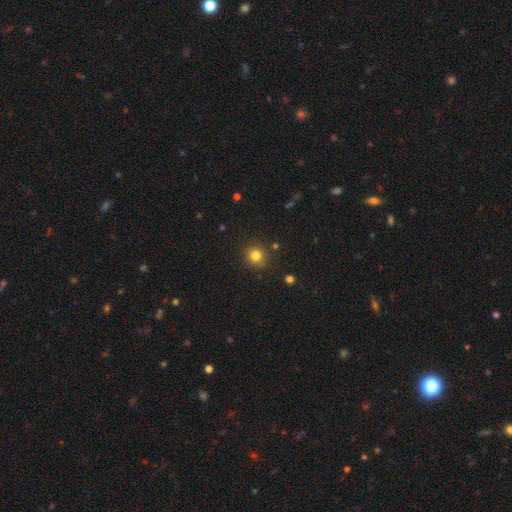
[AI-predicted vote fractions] A smooth galaxy with no disk features (81%) that is round (90%). Merging: none (85%).